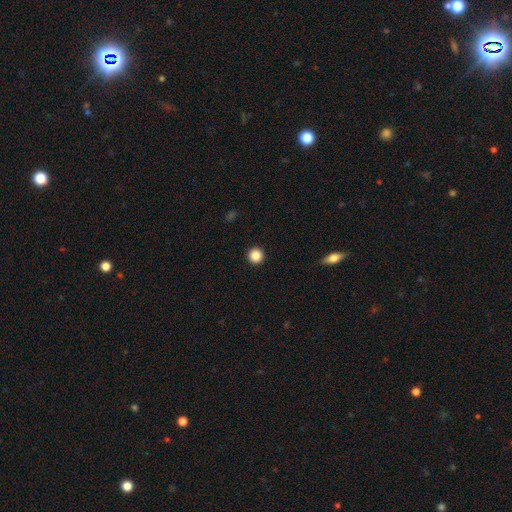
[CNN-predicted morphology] Overall: smooth (86%). How rounded: round (96%). Merging: none (94%).